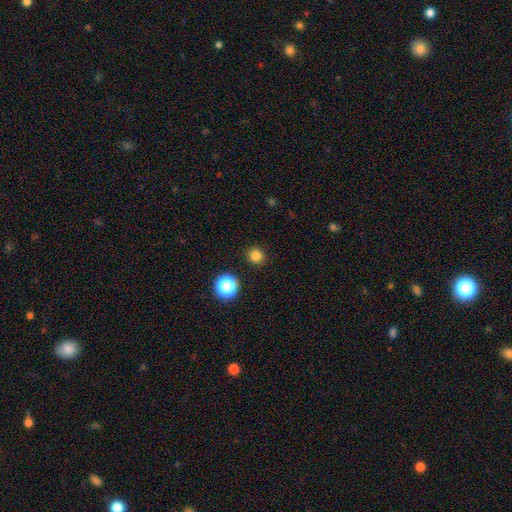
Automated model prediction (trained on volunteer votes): This is clearly a smooth galaxy (81%). How rounded: clearly round (92%). Merging: clearly none (91%).